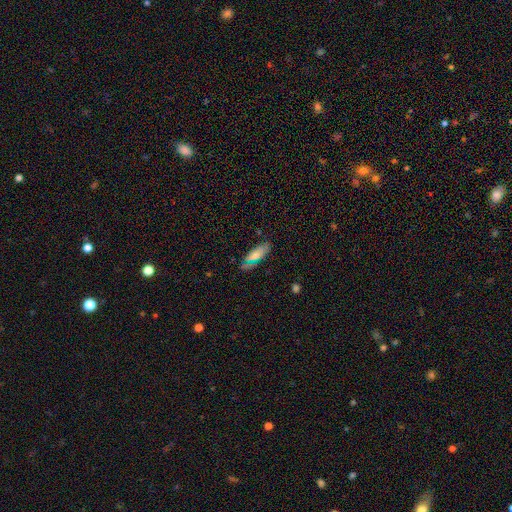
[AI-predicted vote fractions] A smooth galaxy with no disk features (70%) that is in between round and cigar-shaped (55%). Merging: none (77%).